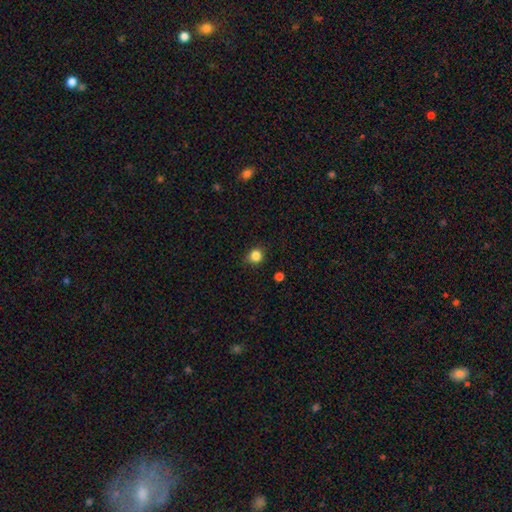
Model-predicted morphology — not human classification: Q: Smooth or featured?
A: smooth (85%); runner-up: star or artifact (12%)
Q: How rounded?
A: round (87%); runner-up: in between (12%)
Q: Merging?
A: none (87%); runner-up: minor disturbance (10%)